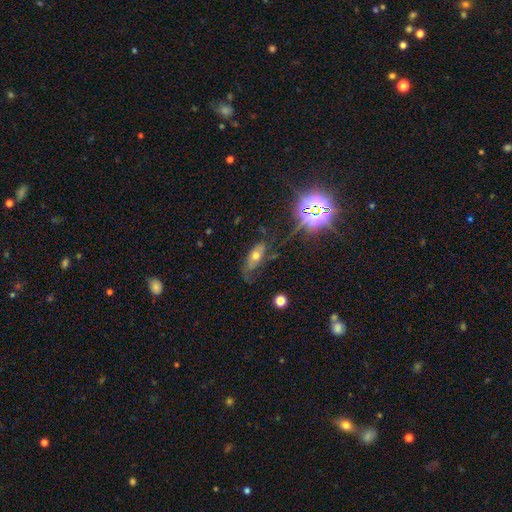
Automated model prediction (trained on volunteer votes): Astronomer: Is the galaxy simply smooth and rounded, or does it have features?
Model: smooth — 50% (runner-up: featured or disk, 31%).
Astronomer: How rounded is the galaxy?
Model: in between — 74%.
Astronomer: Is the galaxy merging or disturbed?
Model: none — 60%.